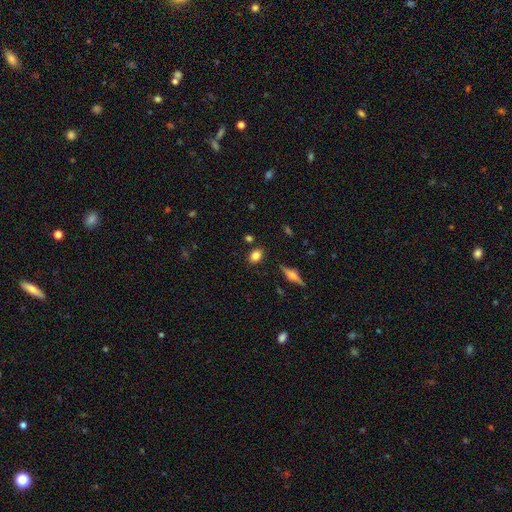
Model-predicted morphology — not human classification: Smooth or featured? smooth (80%)
How rounded? in between (65%)
Merging? none (83%)